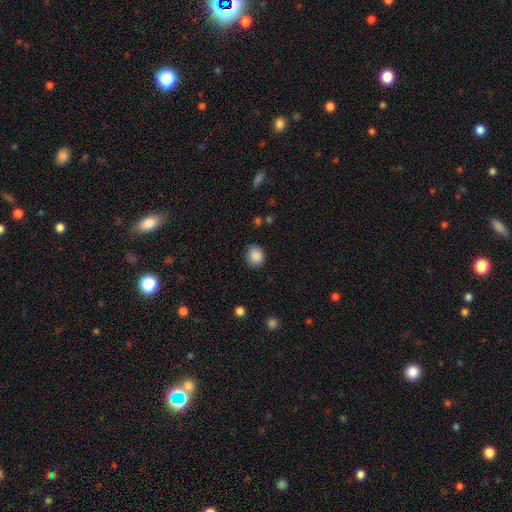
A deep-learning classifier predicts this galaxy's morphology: A smooth galaxy with no disk features (88%) that is round (75%). Merging: none (84%).